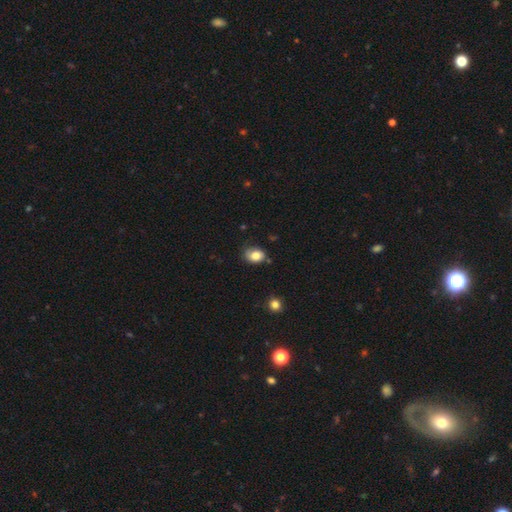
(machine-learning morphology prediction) Overall: smooth (82%). How rounded: in between (61%; round 38%). Merging: none (62%; minor disturbance 28%).